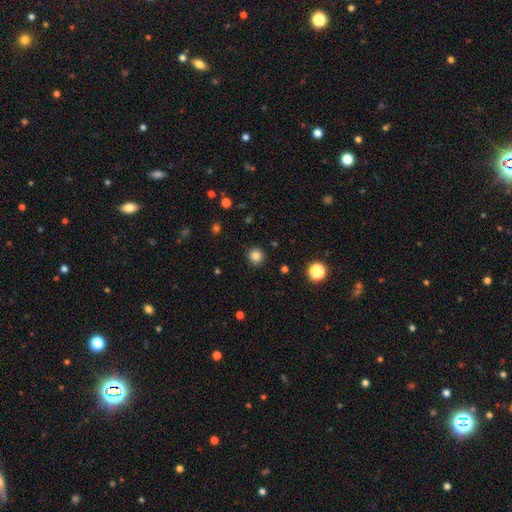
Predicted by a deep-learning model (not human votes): Overall: smooth (83%). How rounded: round (94%). Merging: none (90%).